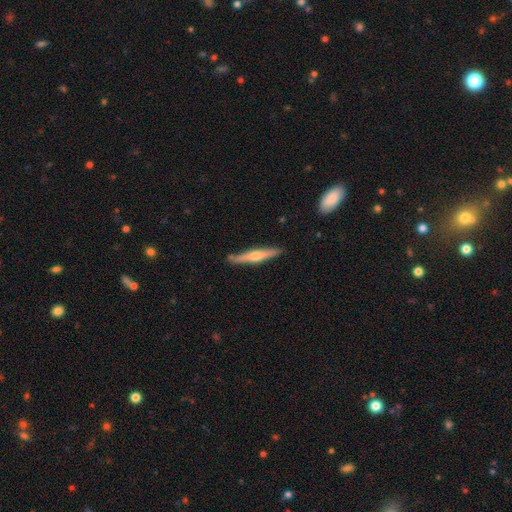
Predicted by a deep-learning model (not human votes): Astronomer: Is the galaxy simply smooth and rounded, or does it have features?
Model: featured or disk — 59% (runner-up: smooth, 36%).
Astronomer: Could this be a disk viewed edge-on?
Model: yes — 96%.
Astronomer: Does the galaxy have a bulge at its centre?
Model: rounded — 85%.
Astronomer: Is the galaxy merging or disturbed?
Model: none — 85%.